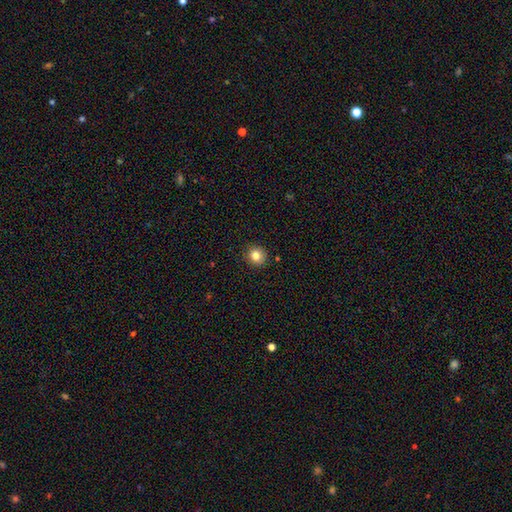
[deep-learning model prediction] smooth-or-featured: smooth: 82% | star or artifact: 11% | featured or disk: 7%
  how-rounded: round: 91% | in between: 8% | cigar-shaped: 1%
  merging: none: 91% | minor disturbance: 6% | major disturbance: 2% | merger: 1%